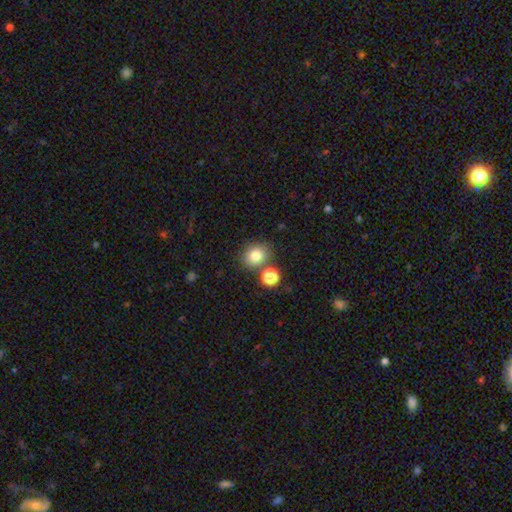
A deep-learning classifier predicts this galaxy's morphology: Smooth or featured? Predicted: smooth (p=0.79). How rounded? Predicted: round (p=0.63). Merging? Predicted: none (p=0.72).